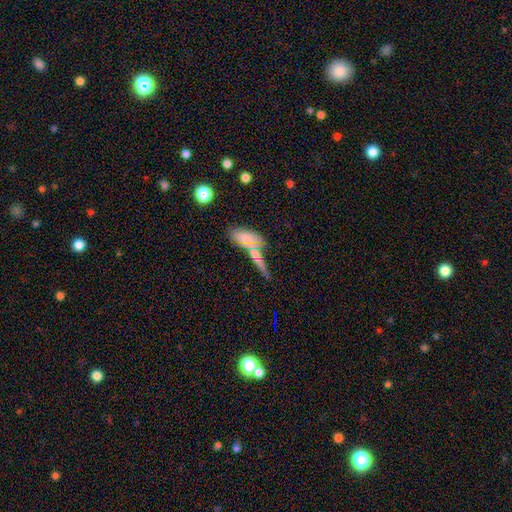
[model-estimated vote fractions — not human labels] Smooth or featured?
  - smooth: 59% *
  - featured or disk: 29%
  - star or artifact: 12%
How rounded?
  - cigar-shaped: 56% *
  - in between: 38%
  - round: 6%
Merging?
  - none: 50% *
  - merger: 32%
  - minor disturbance: 13%
  - major disturbance: 6%